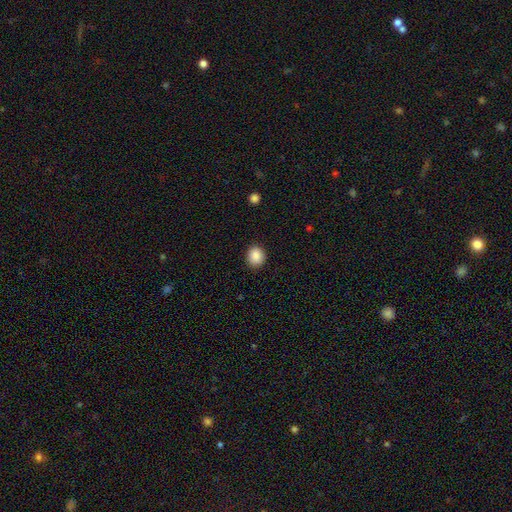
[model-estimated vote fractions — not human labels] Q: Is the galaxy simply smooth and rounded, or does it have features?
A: smooth — 88%.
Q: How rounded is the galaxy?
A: round — 71%.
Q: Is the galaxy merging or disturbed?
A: none — 90%.